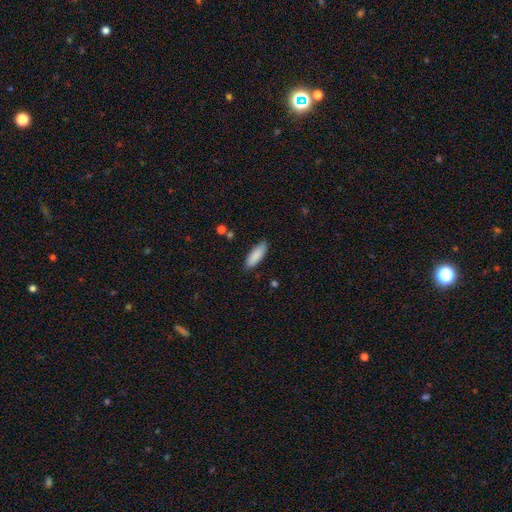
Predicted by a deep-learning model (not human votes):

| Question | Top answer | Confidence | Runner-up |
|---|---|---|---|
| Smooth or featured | smooth | 88% | star or artifact (6%) |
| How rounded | in between | 64% | cigar-shaped (34%) |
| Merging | none | 86% | minor disturbance (10%) |